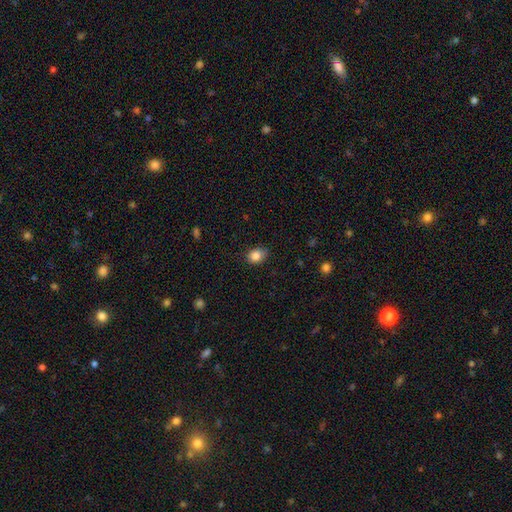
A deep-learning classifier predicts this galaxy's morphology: Overall: smooth (86%). How rounded: in between (57%; round 42%). Merging: none (73%).